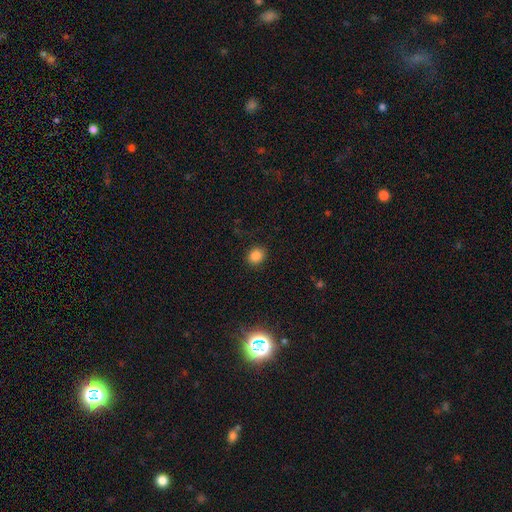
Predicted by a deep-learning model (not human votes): This is clearly a smooth galaxy (84%). How rounded: likely round (62%). Merging: clearly none (89%).